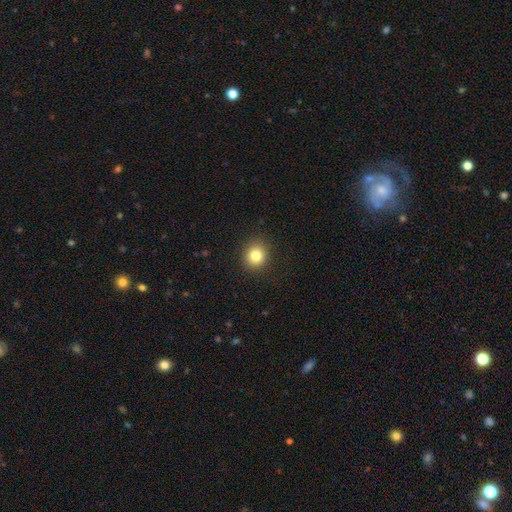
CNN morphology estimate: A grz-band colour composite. It shows a smooth galaxy with no disk features (82%) that is round (87%). Merging: none (90%).